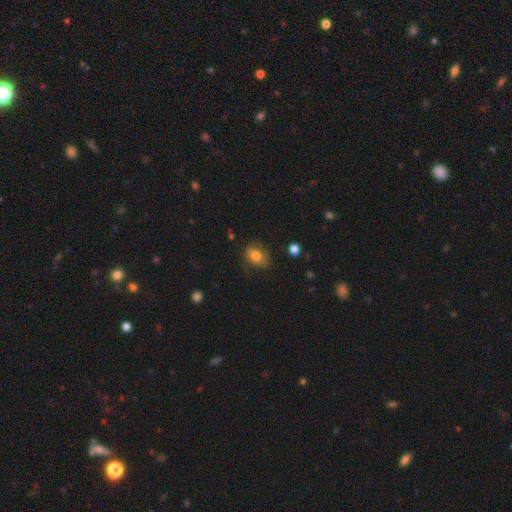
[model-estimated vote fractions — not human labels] Smooth or featured?
  - smooth: 79% *
  - featured or disk: 12%
  - star or artifact: 10%
How rounded?
  - in between: 75% *
  - round: 24%
  - cigar-shaped: 1%
Merging?
  - none: 69% *
  - minor disturbance: 22%
  - major disturbance: 7%
  - merger: 2%